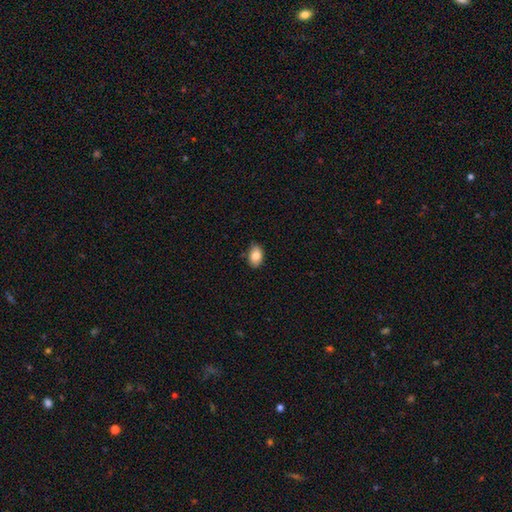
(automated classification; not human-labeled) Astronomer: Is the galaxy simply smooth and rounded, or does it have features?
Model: smooth — 83%.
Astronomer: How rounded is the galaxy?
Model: in between — 84%.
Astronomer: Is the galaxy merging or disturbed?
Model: none — 81%.